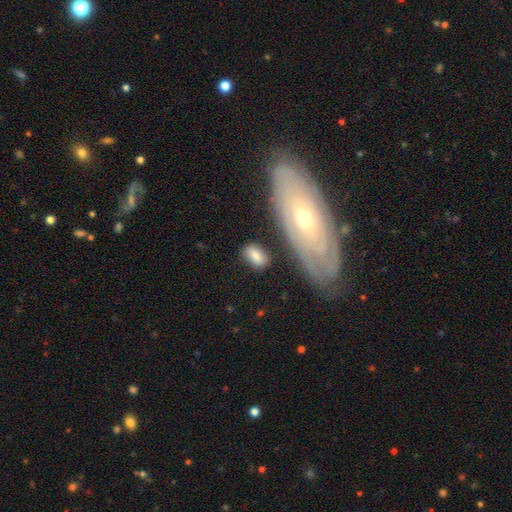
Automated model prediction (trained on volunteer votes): smooth_or_featured: smooth (p=0.81) [alt: featured or disk p=0.12]
how_rounded: in between (p=0.88) [alt: round p=0.08]
merging: none (p=0.73) [alt: minor disturbance p=0.16]